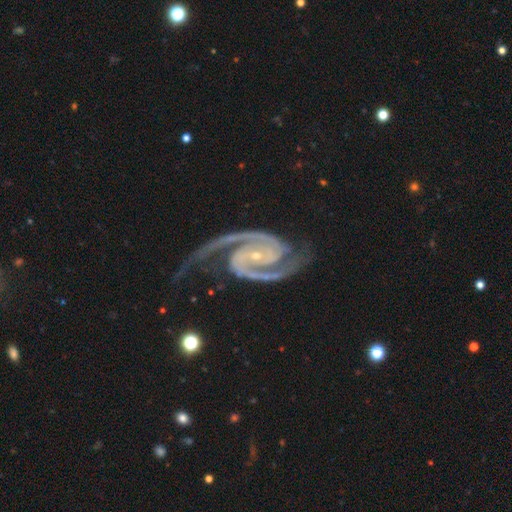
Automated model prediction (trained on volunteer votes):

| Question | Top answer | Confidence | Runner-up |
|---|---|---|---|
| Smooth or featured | featured or disk | 94% | star or artifact (4%) |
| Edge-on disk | no | 98% | yes (2%) |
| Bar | no | 51% | weak (27%) |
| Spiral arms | yes | 99% | no (1%) |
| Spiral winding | medium | 56% | tight (35%) |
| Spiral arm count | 2 | 91% | 3 (3%) |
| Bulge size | small | 85% | moderate (10%) |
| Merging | none | 66% | minor disturbance (19%) |